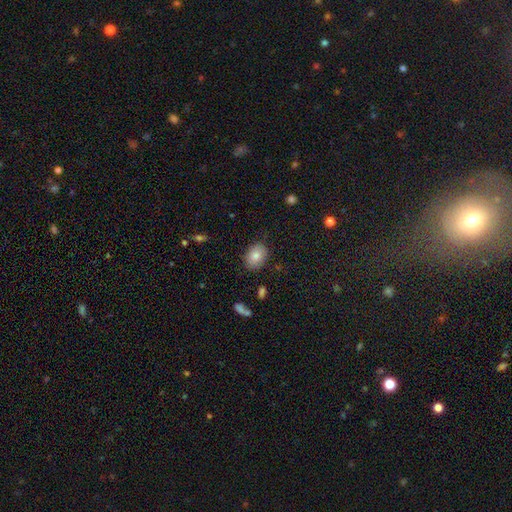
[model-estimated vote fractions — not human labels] Smooth or featured: smooth — 82% (featured or disk — 10%)
How rounded: in between — 77% (round — 22%)
Merging: none — 84% (minor disturbance — 12%)